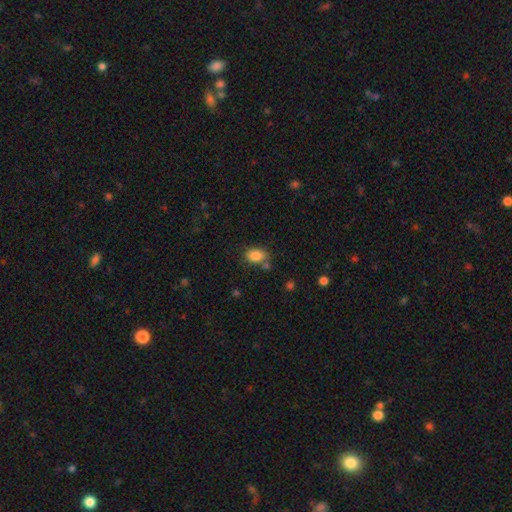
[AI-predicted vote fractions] smooth 85%, star or artifact 9%, featured or disk 6%. Down the decision tree: how rounded — in between (77%); merging — none (69%).